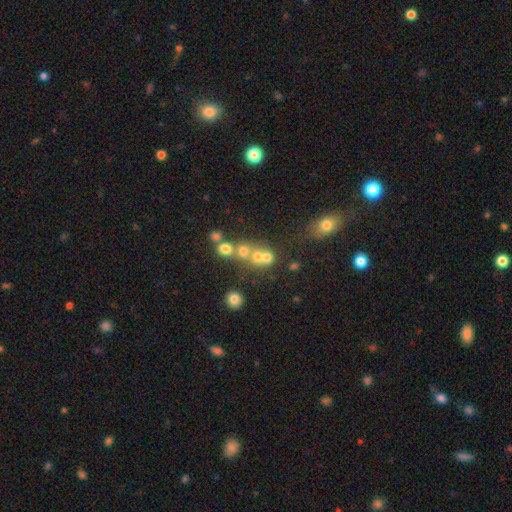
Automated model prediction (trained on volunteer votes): Smooth or featured? smooth (47%)
Merging? merger (44%)